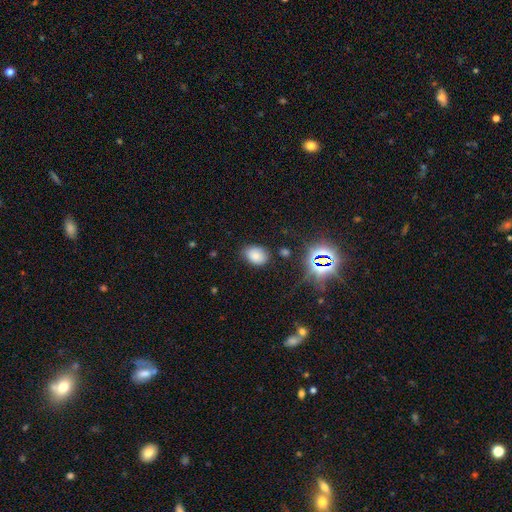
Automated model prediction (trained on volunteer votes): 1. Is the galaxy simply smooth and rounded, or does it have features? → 76% smooth, 16% star or artifact, 8% featured or disk.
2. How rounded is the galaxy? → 72% in between, 27% round, 1% cigar-shaped.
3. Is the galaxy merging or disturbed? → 80% none, 14% minor disturbance, 4% major disturbance, 2% merger.